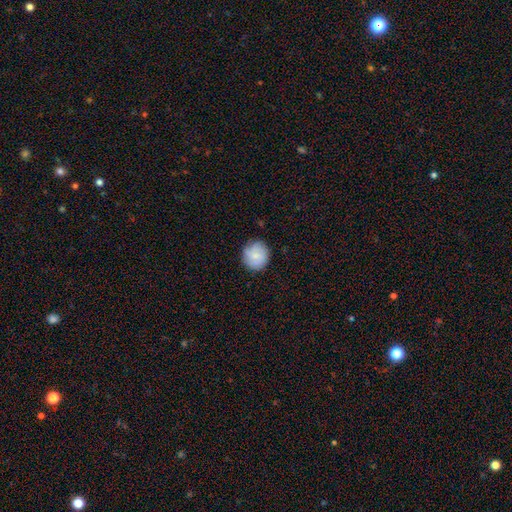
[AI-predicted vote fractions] Smooth or featured? smooth (72%)
How rounded? round (87%)
Merging? none (82%)